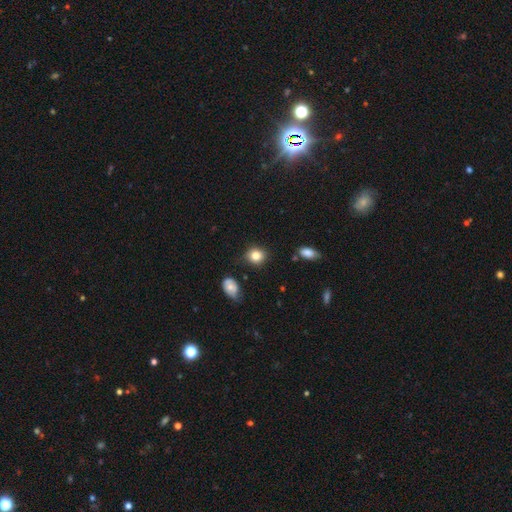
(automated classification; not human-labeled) A smooth galaxy with no disk features (83%) that is round (73%).

Vote fractions:
- Smooth or featured? smooth: 83% / star or artifact: 10% / featured or disk: 7%
- How rounded? round: 73% / in between: 26% / cigar-shaped: 1%
- Merging? none: 80% / minor disturbance: 14% / major disturbance: 3% / merger: 3%